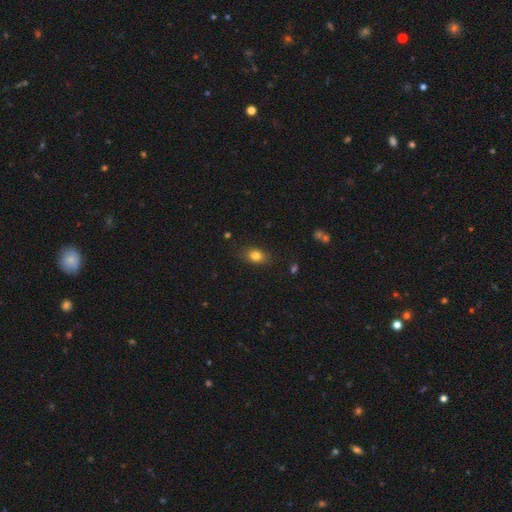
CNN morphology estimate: smooth 81%, star or artifact 11%, featured or disk 9%. Down the decision tree: how rounded — in between (71%); merging — none (84%).